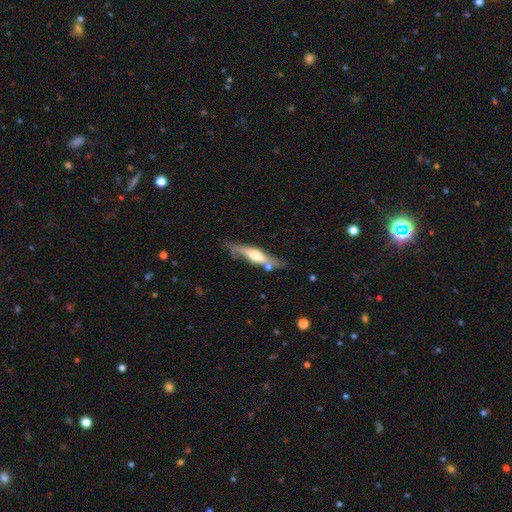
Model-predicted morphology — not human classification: A featured or disk galaxy (58%) viewed edge-on (87%) with a rounded central bulge (83%). Merging: none (64%).